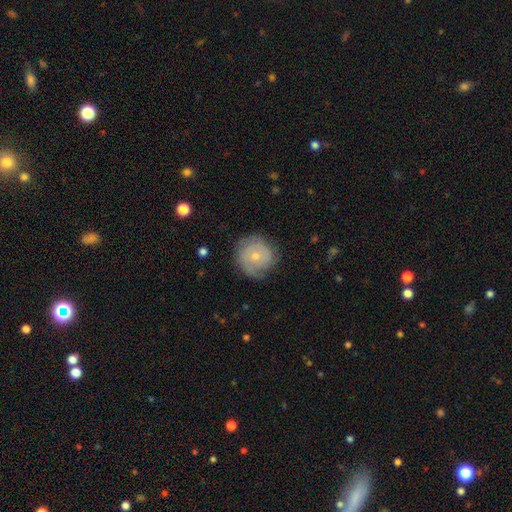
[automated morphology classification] Smooth or featured?
  - featured or disk: 49% *
  - smooth: 44%
  - star or artifact: 7%
Merging?
  - none: 72% *
  - minor disturbance: 20%
  - major disturbance: 7%
  - merger: 1%